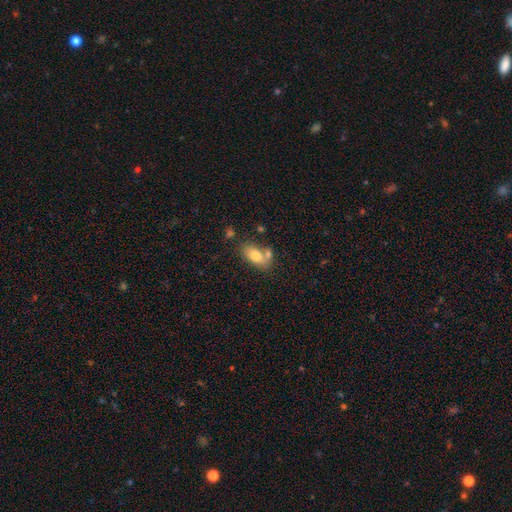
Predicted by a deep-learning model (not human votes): smooth-or-featured: smooth: 75% | featured or disk: 17% | star or artifact: 8%
  how-rounded: in between: 90% | round: 5% | cigar-shaped: 5%
  merging: none: 52% | merger: 26% | minor disturbance: 16% | major disturbance: 6%